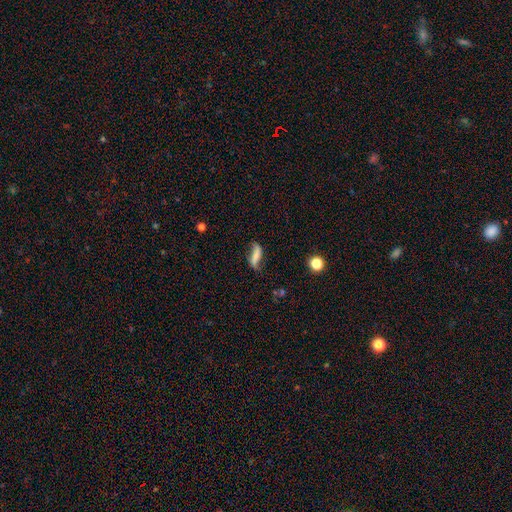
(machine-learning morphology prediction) smooth-or-featured: smooth: 49% | featured or disk: 40% | star or artifact: 11%
  merging: none: 58% | minor disturbance: 26% | major disturbance: 12% | merger: 4%